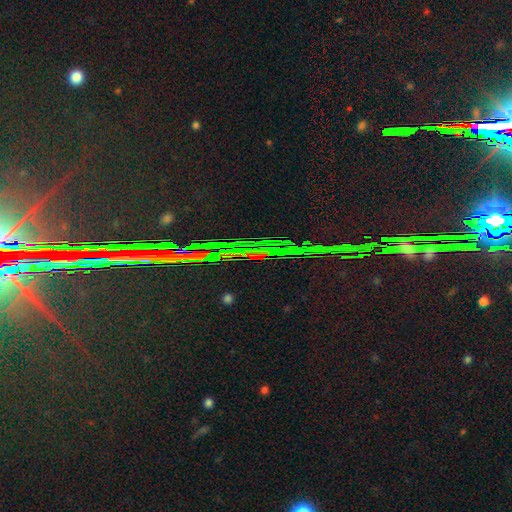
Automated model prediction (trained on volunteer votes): smooth-or-featured: star or artifact: 82% | smooth: 9% | featured or disk: 9%